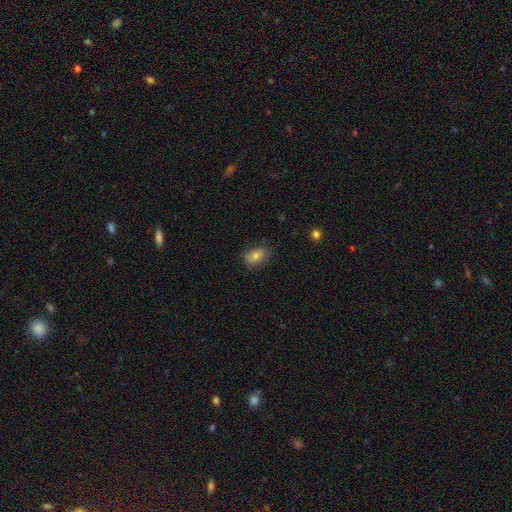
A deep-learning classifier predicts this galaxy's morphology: Overall: smooth (74%). How rounded: in between (82%). Merging: none (75%).